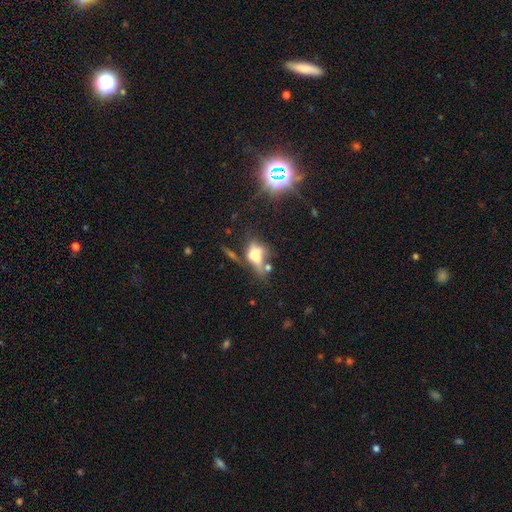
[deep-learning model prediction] smooth 46%, featured or disk 35%, star or artifact 18%. Down the decision tree: merging — none (35%).